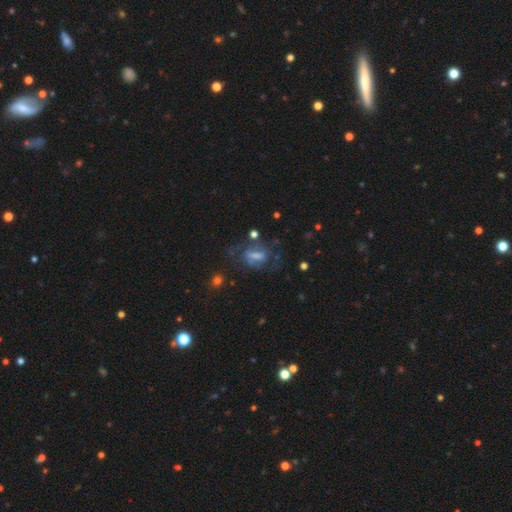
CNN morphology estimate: A featured or disk galaxy (49%). Merging: none (43%).